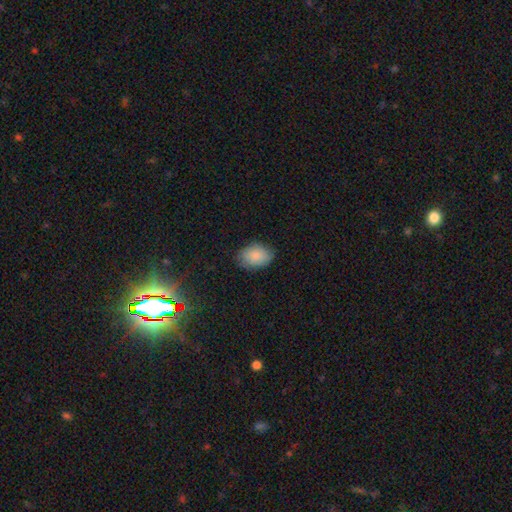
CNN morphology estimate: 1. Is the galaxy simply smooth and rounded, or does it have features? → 85% smooth, 8% featured or disk, 7% star or artifact.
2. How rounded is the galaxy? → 81% in between, 18% round, 1% cigar-shaped.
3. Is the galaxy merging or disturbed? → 79% none, 17% minor disturbance, 4% major disturbance, 1% merger.